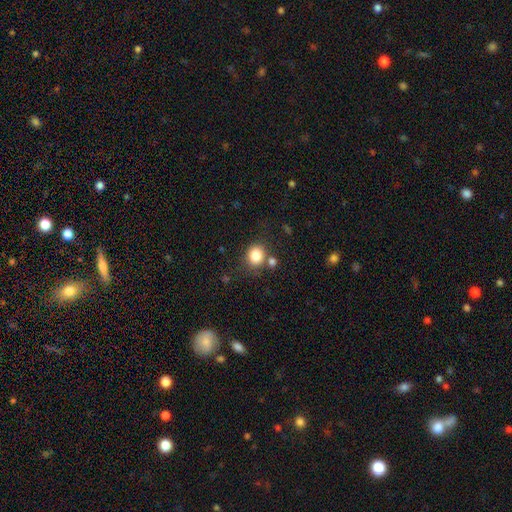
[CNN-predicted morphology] smooth 83%, star or artifact 11%, featured or disk 6%. Down the decision tree: how rounded — round (75%); merging — none (72%).